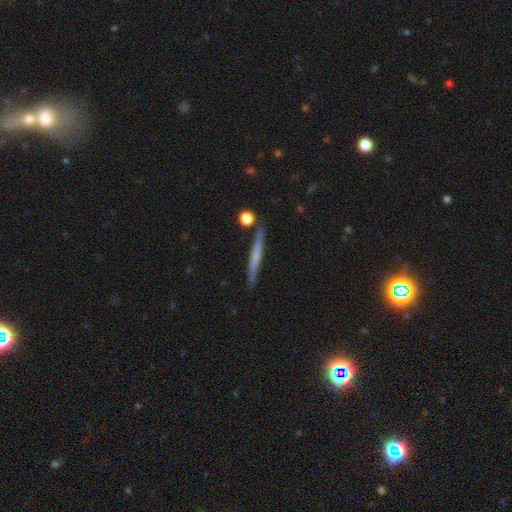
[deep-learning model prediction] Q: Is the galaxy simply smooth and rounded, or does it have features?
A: smooth — 47%.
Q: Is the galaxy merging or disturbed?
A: none — 86%.